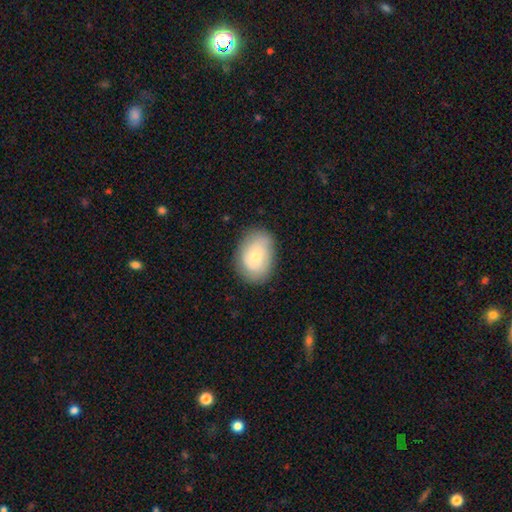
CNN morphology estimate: This appears to be a smooth galaxy with no disk features (57%) that is in between round and cigar-shaped (72%). Merging: none (77%).